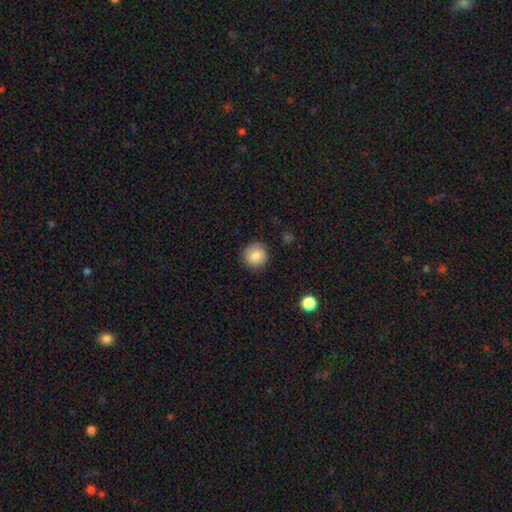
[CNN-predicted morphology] smooth 85%, star or artifact 9%, featured or disk 6%. Down the decision tree: how rounded — round (94%); merging — none (89%).